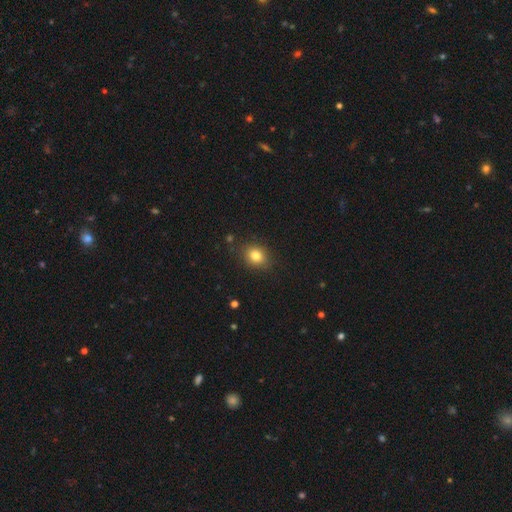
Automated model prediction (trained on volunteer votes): Smooth or featured? smooth (81%)
How rounded? round (50%)
Merging? none (84%)